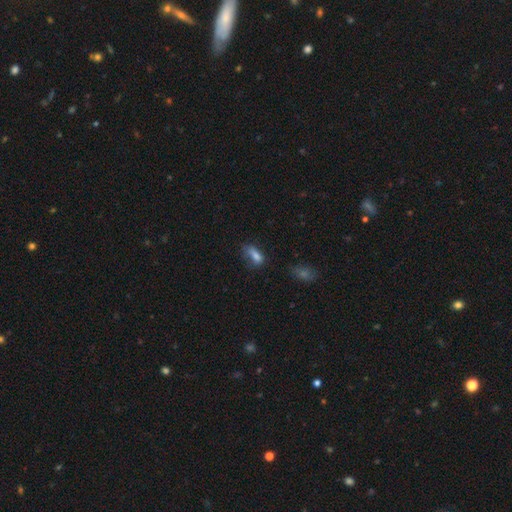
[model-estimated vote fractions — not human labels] This is likely a smooth galaxy (73%). How rounded: likely in between (80%). Merging: marginally none (37%).